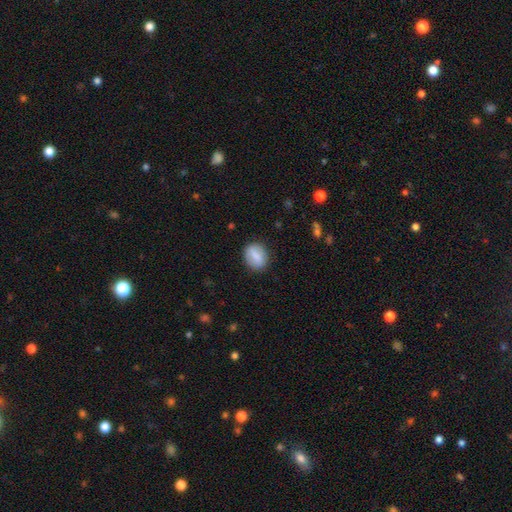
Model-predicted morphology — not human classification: Smooth or featured: smooth — 74% (featured or disk — 19%)
How rounded: in between — 53% (round — 45%)
Merging: none — 85% (minor disturbance — 11%)